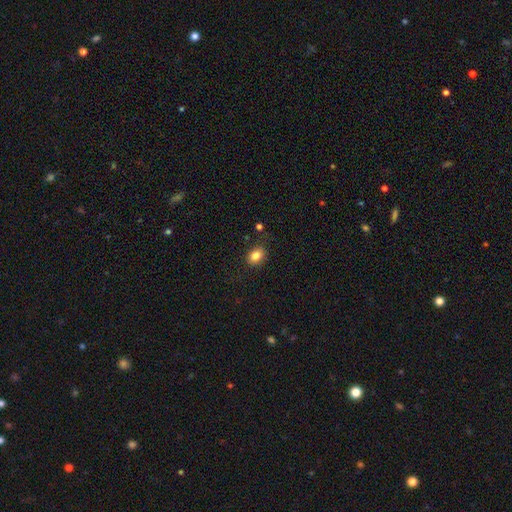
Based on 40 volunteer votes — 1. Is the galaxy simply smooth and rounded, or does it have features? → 72% smooth, 15% featured or disk, 12% star or artifact.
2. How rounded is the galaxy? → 79% in between, 21% round, 0% cigar-shaped.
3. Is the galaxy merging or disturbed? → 86% none, 11% minor disturbance, 3% merger, 0% major disturbance.